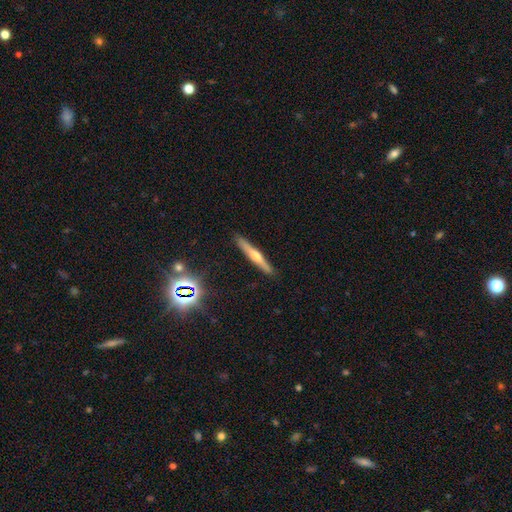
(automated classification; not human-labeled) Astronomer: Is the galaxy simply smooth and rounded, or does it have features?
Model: featured or disk — 59%.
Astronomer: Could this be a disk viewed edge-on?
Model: yes — 96%.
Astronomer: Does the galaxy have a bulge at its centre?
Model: rounded — 84%.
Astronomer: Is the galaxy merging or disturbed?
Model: none — 90%.